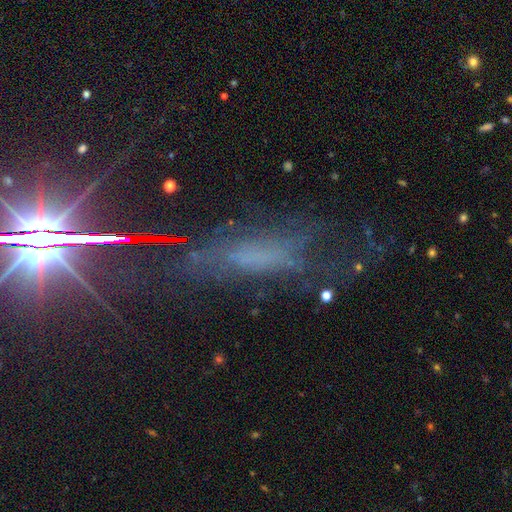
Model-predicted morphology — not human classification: smooth-or-featured: star or artifact: 39% (tied) | featured or disk: 39% (tied) | smooth: 22%